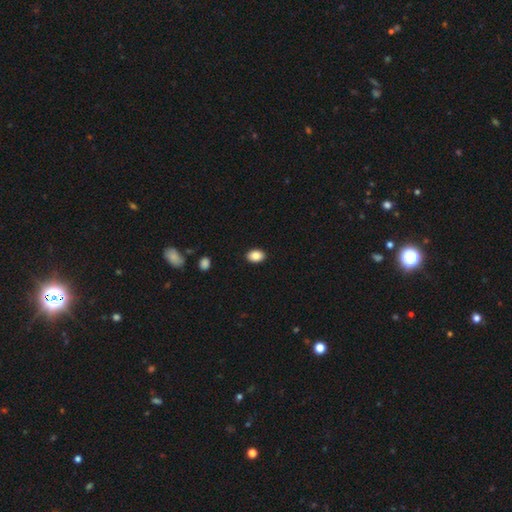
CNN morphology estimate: Smooth or featured?
  - smooth: 87% *
  - star or artifact: 8%
  - featured or disk: 5%
How rounded?
  - in between: 78% *
  - round: 21%
  - cigar-shaped: 1%
Merging?
  - none: 90% *
  - minor disturbance: 7%
  - major disturbance: 2%
  - merger: 1%